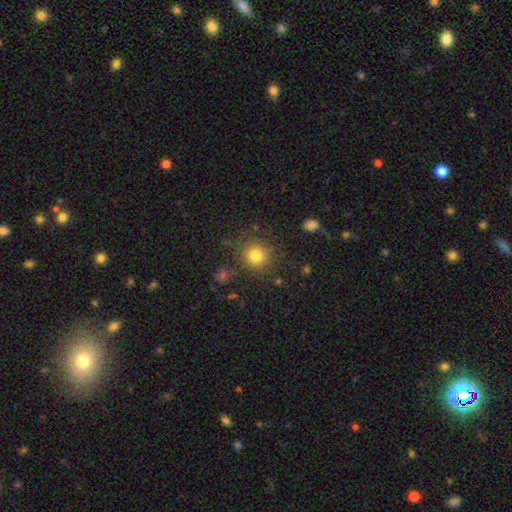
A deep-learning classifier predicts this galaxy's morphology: type=smooth (80%); roundness=round (92%); merging=none (82%).